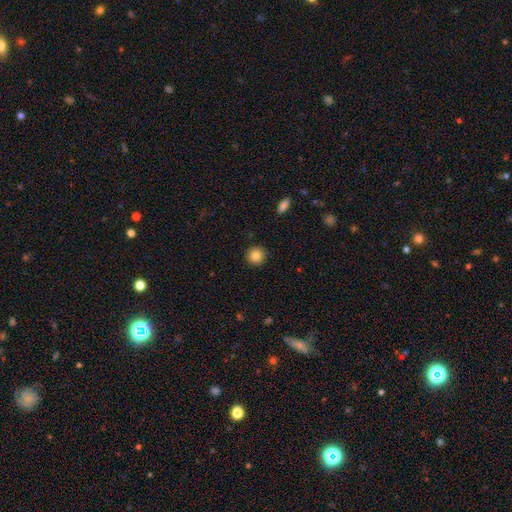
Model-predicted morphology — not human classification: Smooth or featured?
  - smooth: 85% *
  - star or artifact: 10%
  - featured or disk: 6%
How rounded?
  - round: 94% *
  - in between: 5%
  - cigar-shaped: 1%
Merging?
  - none: 92% *
  - minor disturbance: 5%
  - major disturbance: 2%
  - merger: 1%